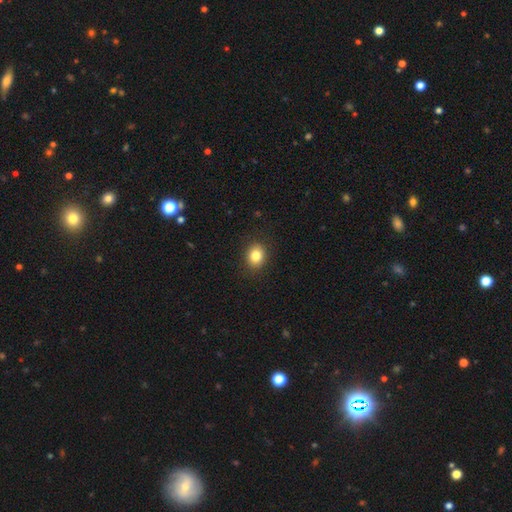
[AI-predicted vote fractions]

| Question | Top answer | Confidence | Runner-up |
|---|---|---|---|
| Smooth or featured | smooth | 83% | star or artifact (10%) |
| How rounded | round | 59% | in between (41%) |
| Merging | none | 89% | minor disturbance (8%) |